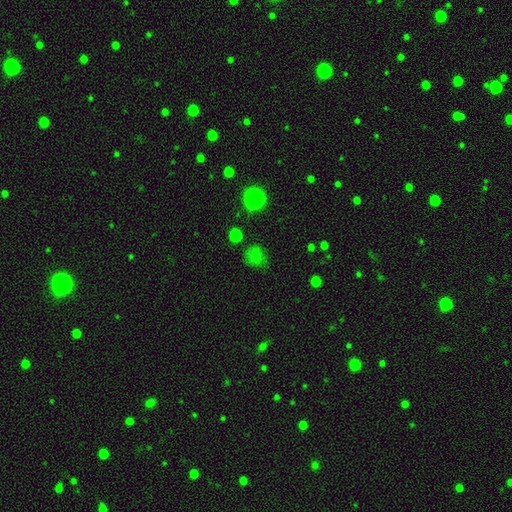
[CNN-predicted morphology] type=smooth (65%); roundness=round (73%); merging=none (68%).